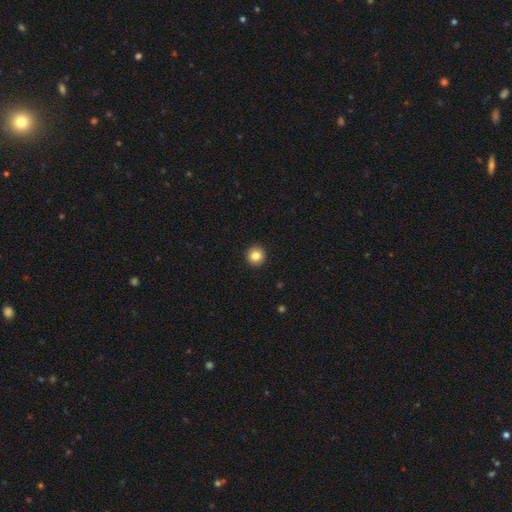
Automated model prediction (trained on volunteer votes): Smooth or featured?
  - smooth: 84% *
  - star or artifact: 10%
  - featured or disk: 7%
How rounded?
  - round: 94% *
  - in between: 5%
  - cigar-shaped: 1%
Merging?
  - none: 93% *
  - minor disturbance: 4%
  - major disturbance: 1%
  - merger: 1%